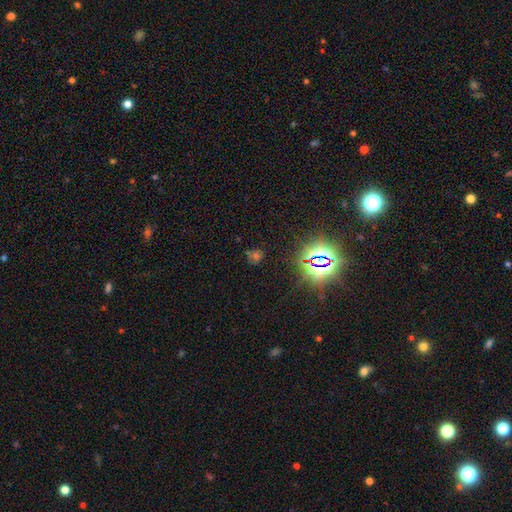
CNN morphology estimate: A star or artifact, not a galaxy (65%).